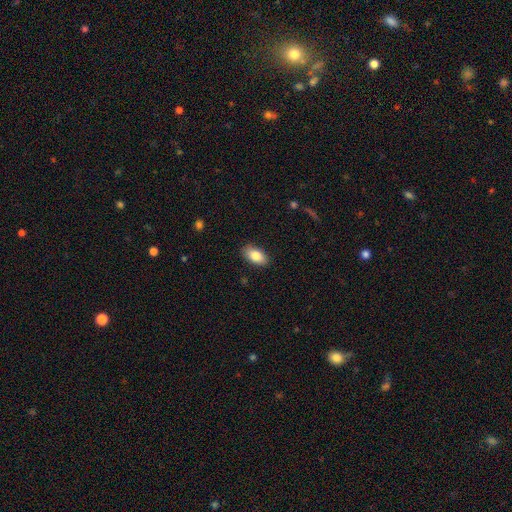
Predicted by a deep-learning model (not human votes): The model was most divided on "smooth or featured": smooth: 83%, featured or disk: 10%, star or artifact: 7%. More confident: how rounded — in between (92%); merging — none (87%).